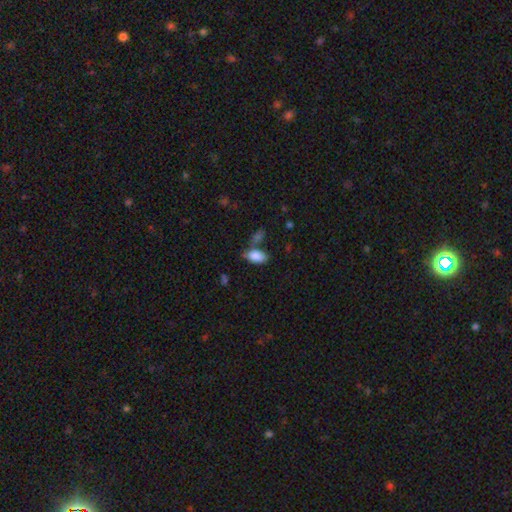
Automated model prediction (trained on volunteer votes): Morphology: type=smooth (86%); roundness=in between (93%); merging=none (52%).